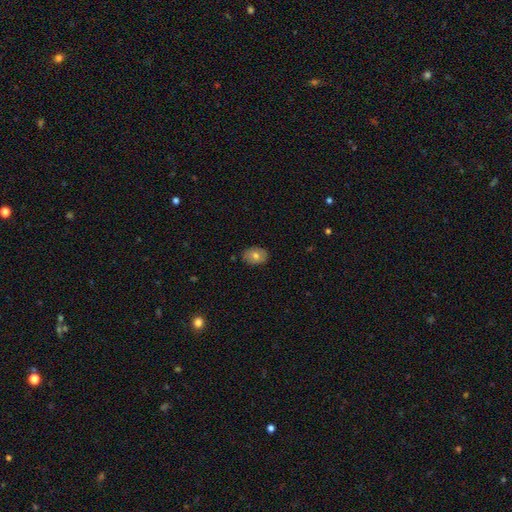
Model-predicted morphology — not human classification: This appears to be a smooth galaxy with no disk features (68%) that is in between round and cigar-shaped (72%). Merging: none (84%).